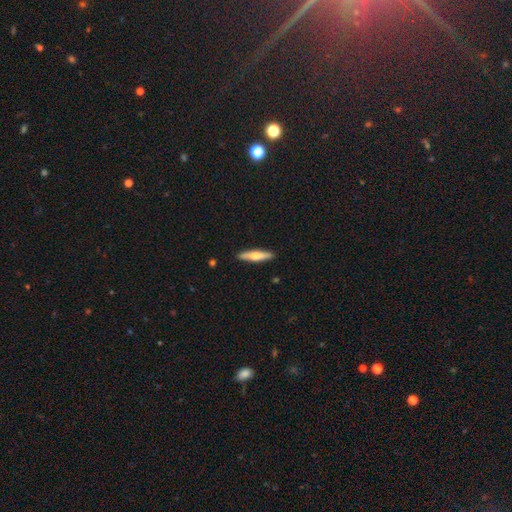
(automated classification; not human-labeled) The model was most divided on "smooth or featured": smooth: 54%, featured or disk: 41%, star or artifact: 5%. More confident: merging — none (90%); how rounded — cigar-shaped (85%).